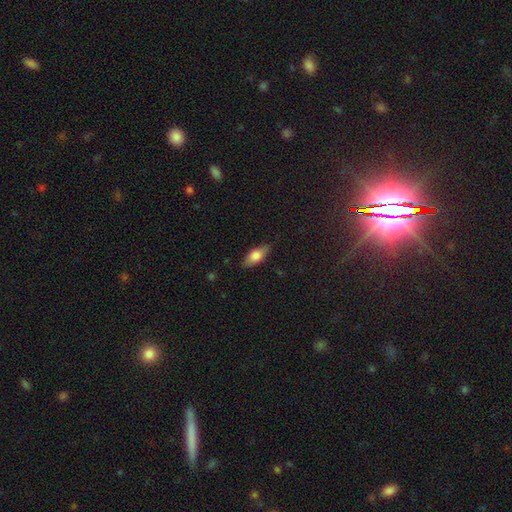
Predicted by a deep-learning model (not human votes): The model was most divided on "smooth or featured": smooth: 74%, featured or disk: 20%, star or artifact: 7%. More confident: merging — none (83%); how rounded — in between (79%).